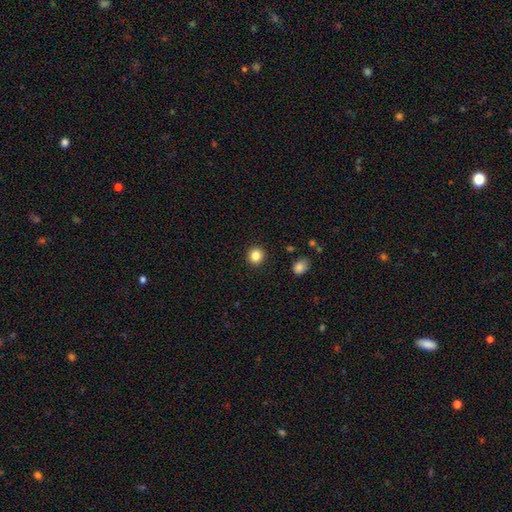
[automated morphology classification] smooth-or-featured: smooth: 85% | star or artifact: 11% | featured or disk: 4%
  how-rounded: round: 90% | in between: 9% | cigar-shaped: 1%
  merging: none: 92% | minor disturbance: 5% | major disturbance: 2% | merger: 1%